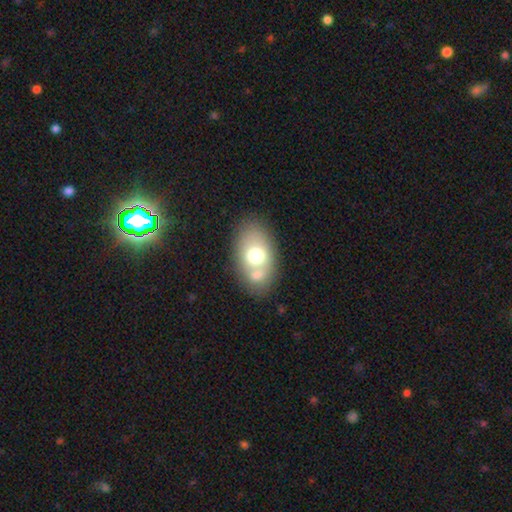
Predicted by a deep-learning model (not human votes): A smooth galaxy with no disk features (65%) that is in between round and cigar-shaped (84%).

Vote fractions:
- Smooth or featured? smooth: 65% / featured or disk: 26% / star or artifact: 9%
- How rounded? in between: 84% / round: 14% / cigar-shaped: 1%
- Merging? none: 55% / merger: 25% / minor disturbance: 14% / major disturbance: 5%